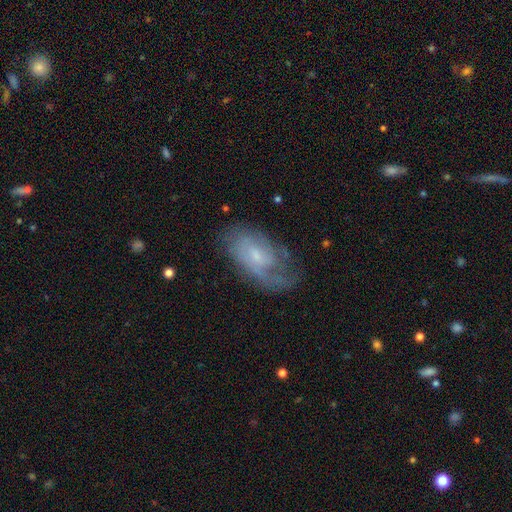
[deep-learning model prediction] smooth_or_featured: featured or disk (p=0.72) [alt: smooth p=0.21]
disk_edge_on: no (p=0.95) [alt: yes p=0.05]
bar: no (p=0.55) [alt: weak p=0.39]
has_spiral_arms: yes (p=0.88) [alt: no p=0.12]
spiral_winding: medium (p=0.40) [tied with: tight p=0.40]
spiral_arm_count: 2 (p=0.30) [tied with: can't tell p=0.30]
bulge_size: small (p=0.64) [alt: moderate p=0.27]
merging: none (p=0.57) [alt: minor disturbance p=0.24]